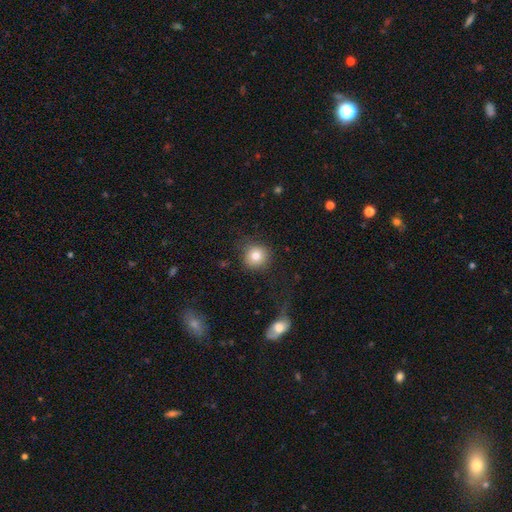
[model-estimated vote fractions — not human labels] This is clearly a smooth galaxy (80%). How rounded: clearly round (91%). Merging: clearly none (82%).